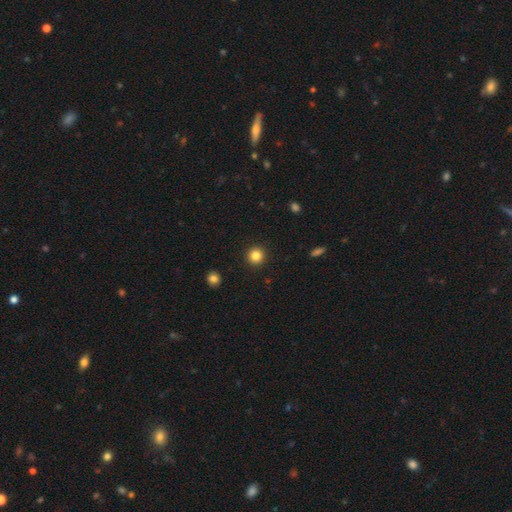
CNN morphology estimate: This is clearly a smooth galaxy (84%). How rounded: clearly round (95%). Merging: clearly none (93%).